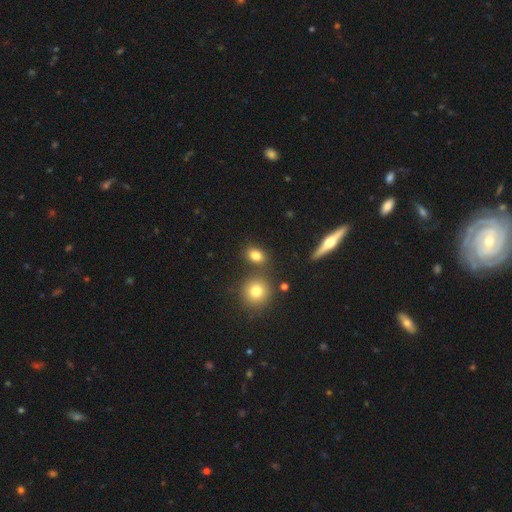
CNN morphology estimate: Smooth or featured?
  - smooth: 80% *
  - star or artifact: 12%
  - featured or disk: 8%
How rounded?
  - in between: 65% *
  - round: 33%
  - cigar-shaped: 3%
Merging?
  - none: 75% *
  - merger: 11%
  - minor disturbance: 10%
  - major disturbance: 4%